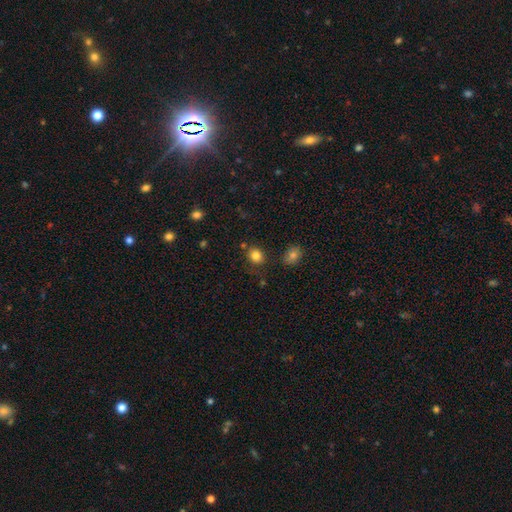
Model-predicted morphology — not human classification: Smooth or featured?
  - smooth: 83% *
  - star or artifact: 11%
  - featured or disk: 6%
How rounded?
  - round: 66% *
  - in between: 33%
  - cigar-shaped: 1%
Merging?
  - none: 77% *
  - minor disturbance: 13%
  - merger: 6%
  - major disturbance: 4%